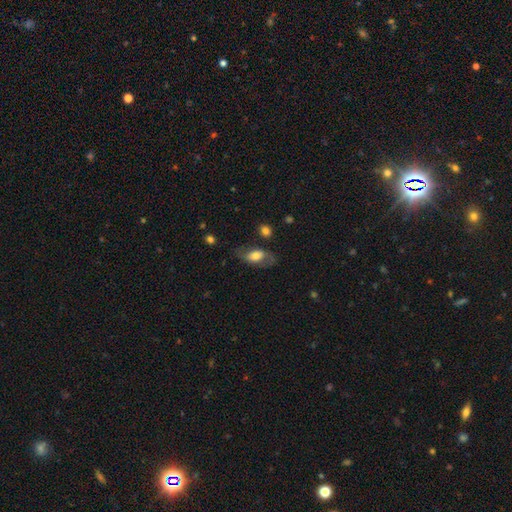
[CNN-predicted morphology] This is possibly a smooth galaxy (56%). How rounded: clearly in between (86%). Merging: likely none (65%).